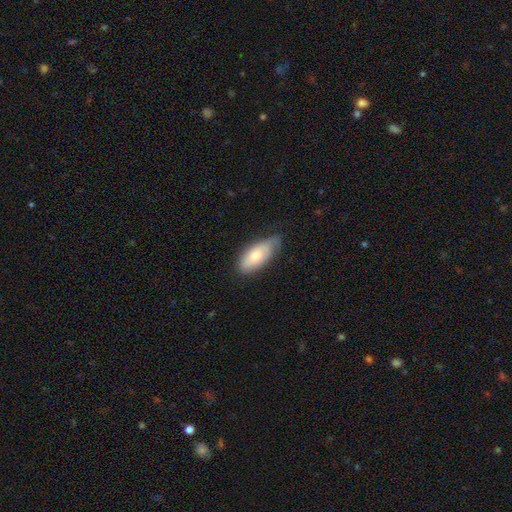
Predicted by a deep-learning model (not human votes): Smooth or featured? Predicted: smooth (p=0.71). How rounded? Predicted: in between (p=0.88). Merging? Predicted: none (p=0.54).